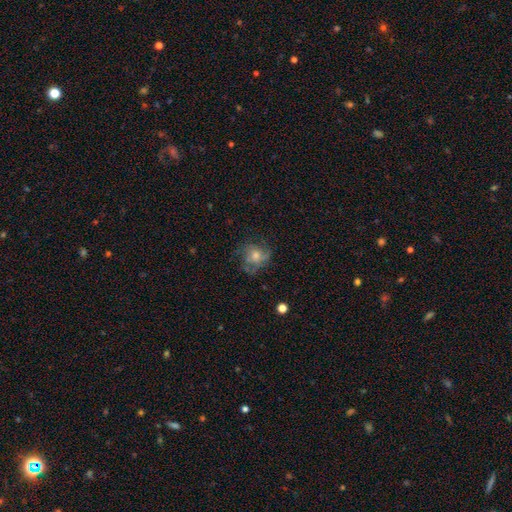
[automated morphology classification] A featured or disk galaxy (51%).

Vote fractions:
- Smooth or featured? featured or disk: 51% / smooth: 34% / star or artifact: 15%
- Edge-on disk? no: 97% / yes: 3%
- Merging? none: 59% / minor disturbance: 22% / major disturbance: 18% / merger: 2%